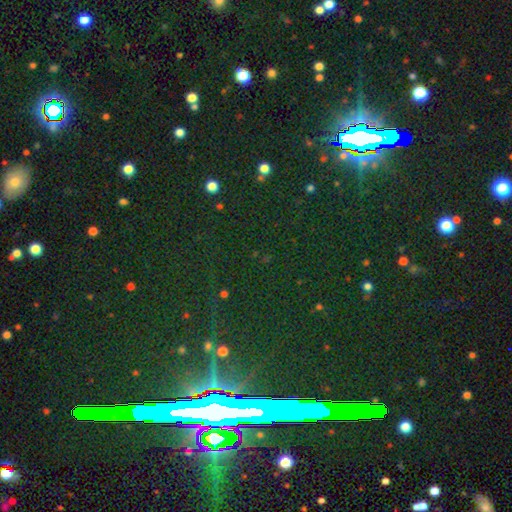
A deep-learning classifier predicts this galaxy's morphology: This appears to be a star or artifact, not a galaxy (83%).